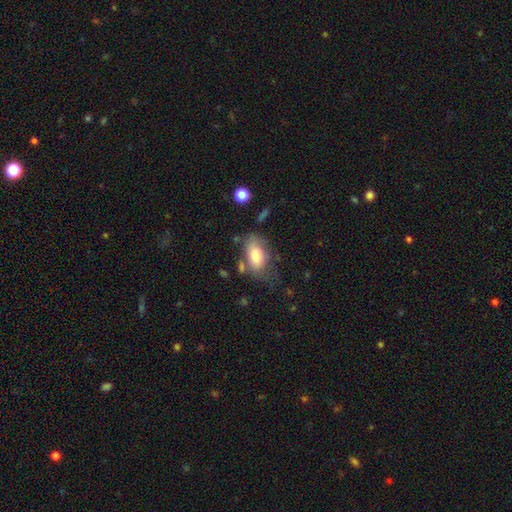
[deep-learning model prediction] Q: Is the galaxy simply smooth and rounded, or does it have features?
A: smooth — 74%.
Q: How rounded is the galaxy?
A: in between — 91%.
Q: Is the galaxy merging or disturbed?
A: none — 51%.